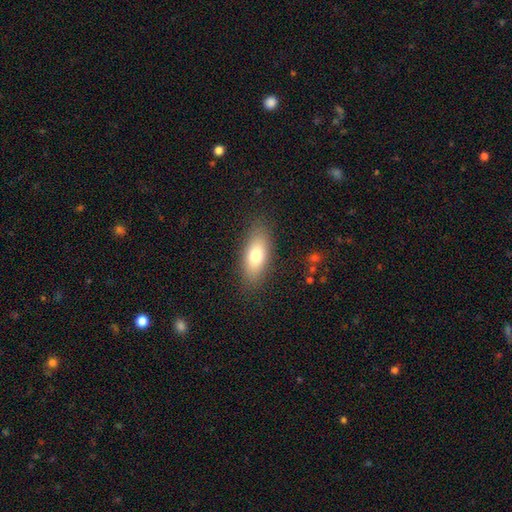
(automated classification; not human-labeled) smooth_or_featured: smooth (p=0.75) [alt: featured or disk p=0.17]
how_rounded: in between (p=0.79) [alt: cigar-shaped p=0.17]
merging: none (p=0.84) [alt: minor disturbance p=0.11]